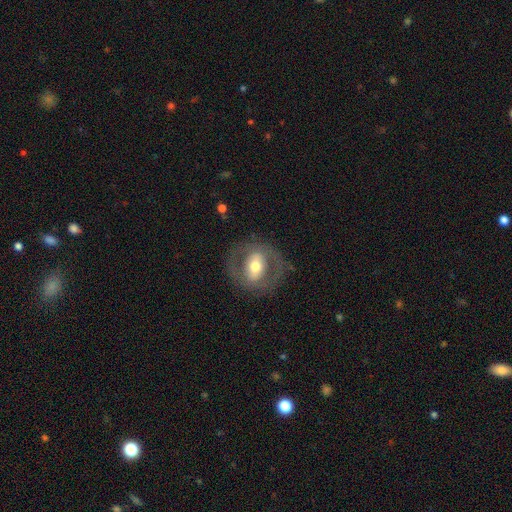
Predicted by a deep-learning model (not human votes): A featured or disk galaxy (63%) with a strong bar (35%), no spiral arms (64%) and a moderate central bulge (65%). Merging: none (78%).